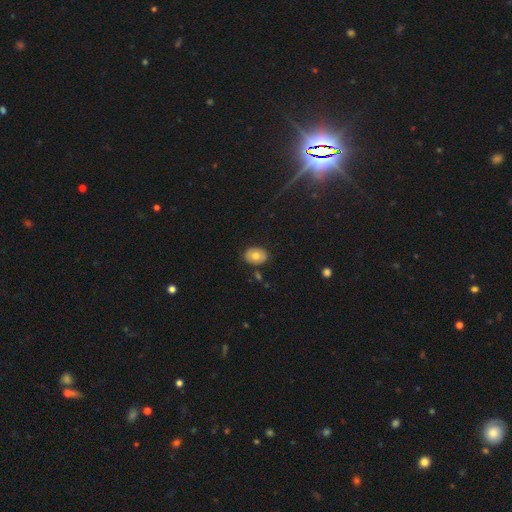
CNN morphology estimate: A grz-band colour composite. It shows a smooth galaxy with no disk features (72%) that is in between round and cigar-shaped (72%). Merging: none (84%).